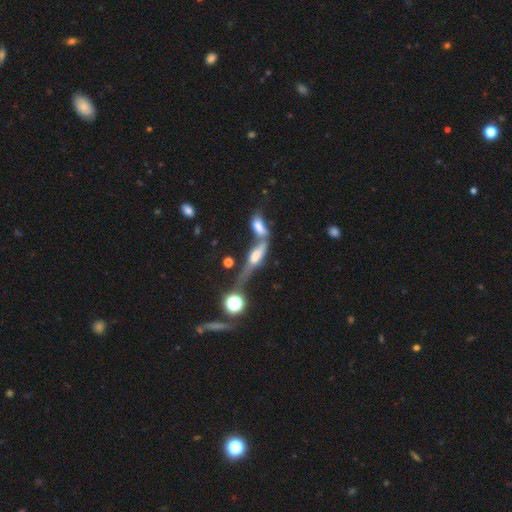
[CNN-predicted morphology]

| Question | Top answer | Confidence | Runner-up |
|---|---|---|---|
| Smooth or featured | featured or disk | 54% | smooth (32%) |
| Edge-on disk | yes | 71% | no (29%) |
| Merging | merger | 55% | none (24%) |